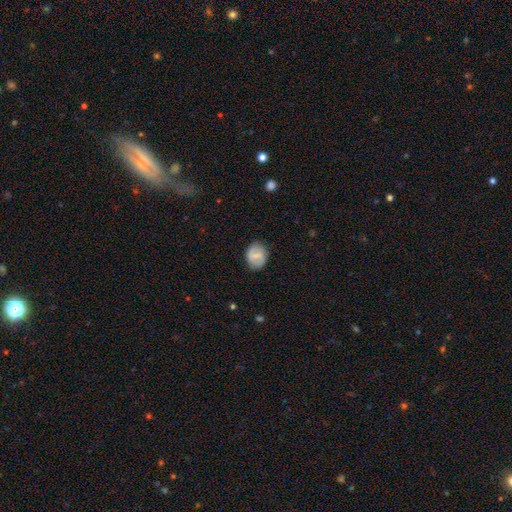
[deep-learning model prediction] smooth 56%, featured or disk 36%, star or artifact 8%. Down the decision tree: how rounded — in between (53%); merging — none (84%).